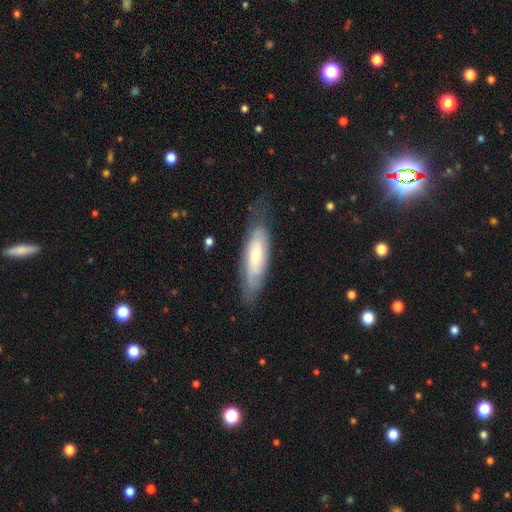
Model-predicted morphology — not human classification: This appears to be a featured or disk galaxy (49%). Merging: none (62%).